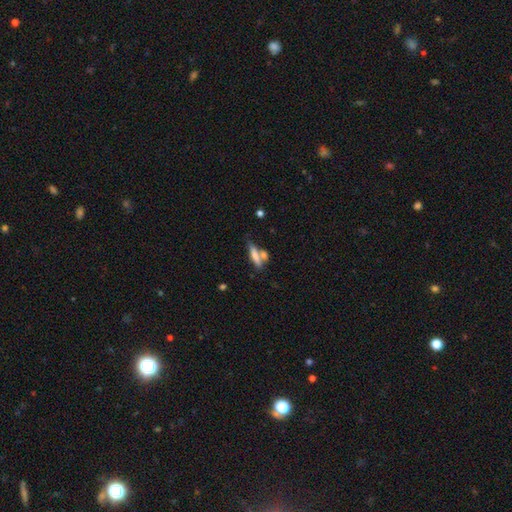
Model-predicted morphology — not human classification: smooth-or-featured: smooth: 59% | featured or disk: 33% | star or artifact: 8%
  how-rounded: cigar-shaped: 69% | in between: 28% | round: 4%
  merging: none: 46% | merger: 37% | minor disturbance: 12% | major disturbance: 5%